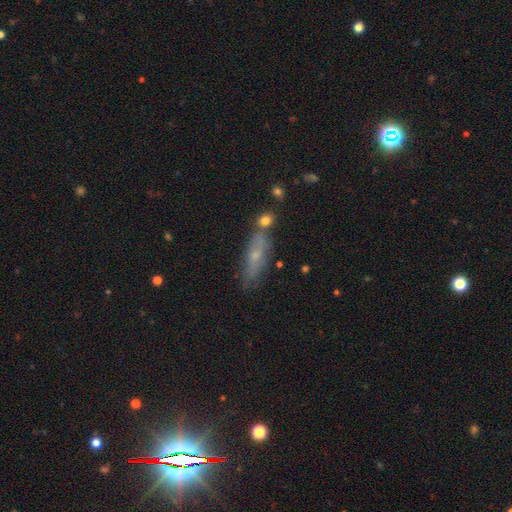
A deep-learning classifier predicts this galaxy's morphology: smooth-or-featured: smooth: 51% | featured or disk: 39% | star or artifact: 10%
  how-rounded: cigar-shaped: 60% | in between: 36% | round: 4%
  merging: none: 64% | minor disturbance: 19% | merger: 11% | major disturbance: 6%